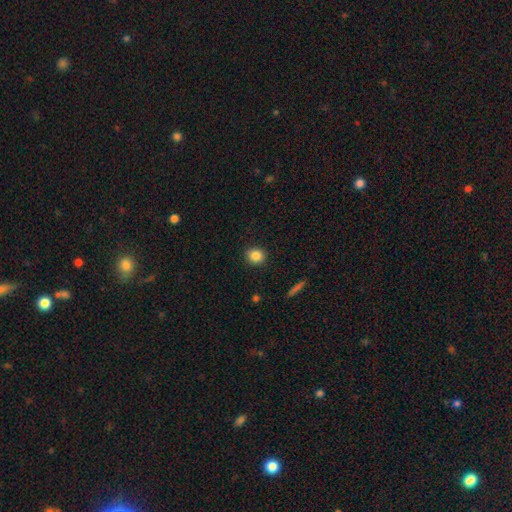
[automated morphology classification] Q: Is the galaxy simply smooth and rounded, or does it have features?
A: smooth — 86%.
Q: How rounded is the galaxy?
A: round — 80%.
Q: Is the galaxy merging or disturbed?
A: none — 91%.